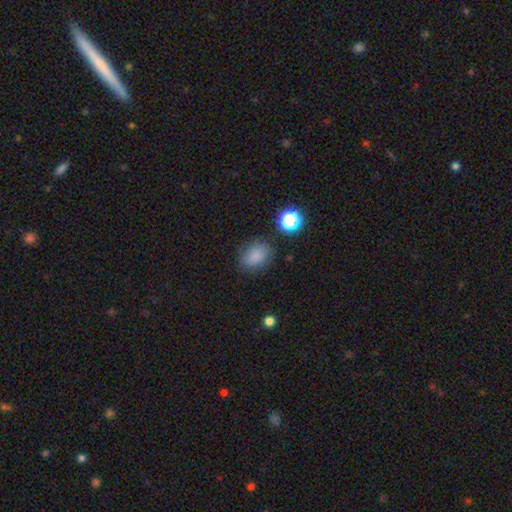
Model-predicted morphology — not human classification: Smooth or featured? Predicted: smooth (p=0.80). How rounded? Predicted: in between (p=0.52). Merging? Predicted: none (p=0.76).